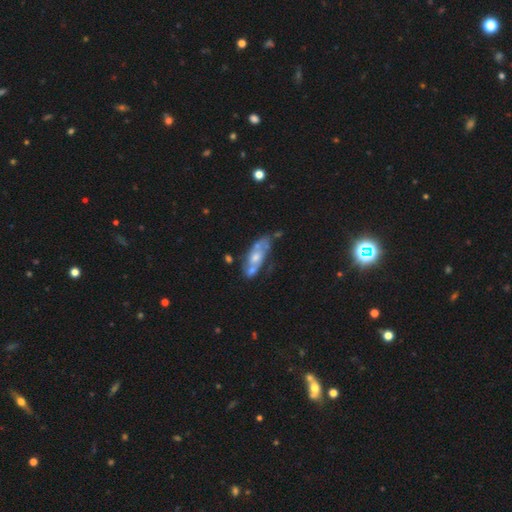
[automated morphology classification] A featured or disk galaxy (60%). Merging: none (44%).